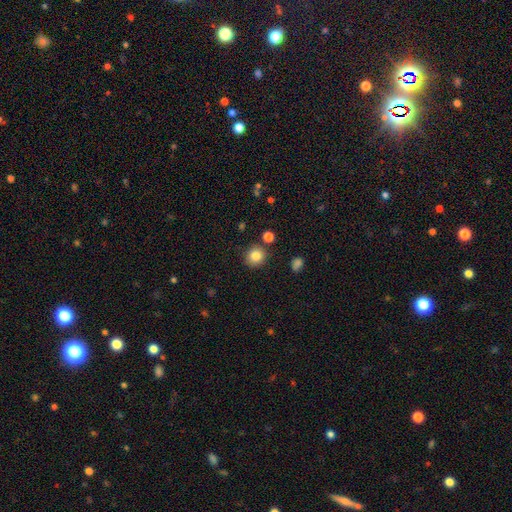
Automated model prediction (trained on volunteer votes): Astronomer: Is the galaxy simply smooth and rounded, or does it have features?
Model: smooth — 83%.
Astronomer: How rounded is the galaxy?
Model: round — 89%.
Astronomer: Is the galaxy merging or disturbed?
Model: none — 86%.